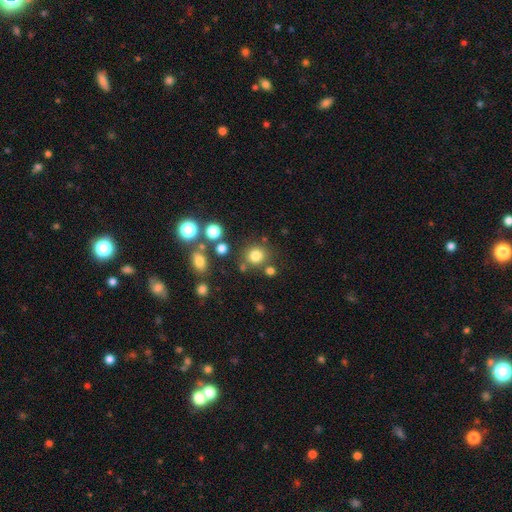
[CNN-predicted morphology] Smooth or featured?
  - smooth: 78% *
  - star or artifact: 15%
  - featured or disk: 7%
How rounded?
  - round: 89% *
  - in between: 10%
  - cigar-shaped: 1%
Merging?
  - none: 78% *
  - minor disturbance: 9%
  - merger: 9%
  - major disturbance: 4%